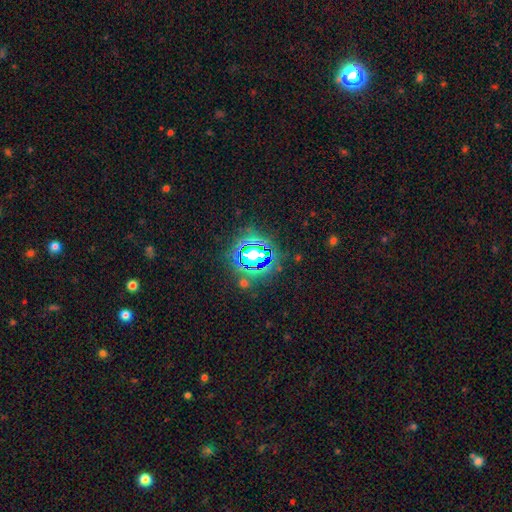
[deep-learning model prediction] Smooth or featured? Predicted: star or artifact (p=0.68).